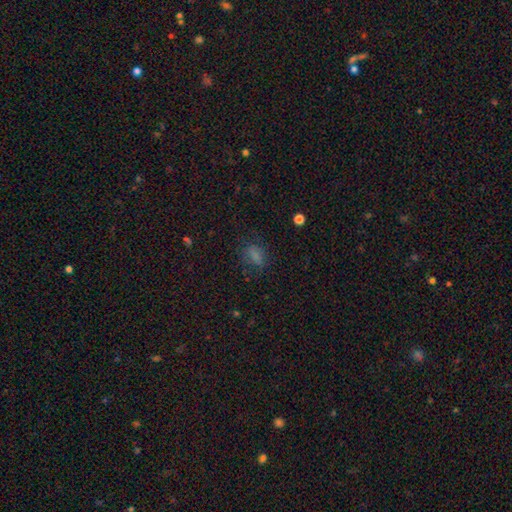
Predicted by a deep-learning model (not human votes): smooth-or-featured: smooth: 61% | star or artifact: 26% | featured or disk: 12%
  how-rounded: in between: 73% | round: 21% | cigar-shaped: 6%
  merging: none: 73% | minor disturbance: 17% | major disturbance: 9% | merger: 2%